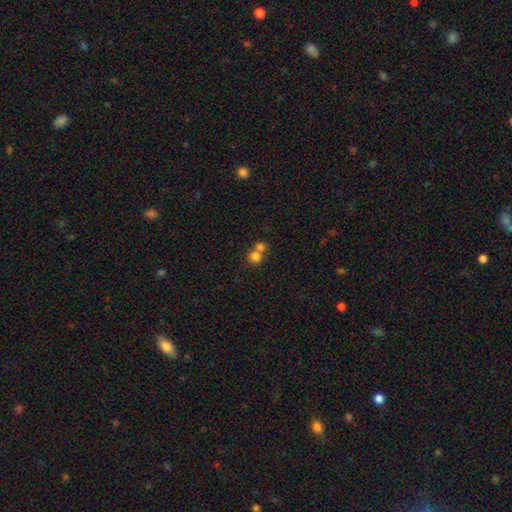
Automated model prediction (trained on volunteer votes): smooth 79%, star or artifact 12%, featured or disk 10%. Down the decision tree: how rounded — round (85%); merging — merger (52%).